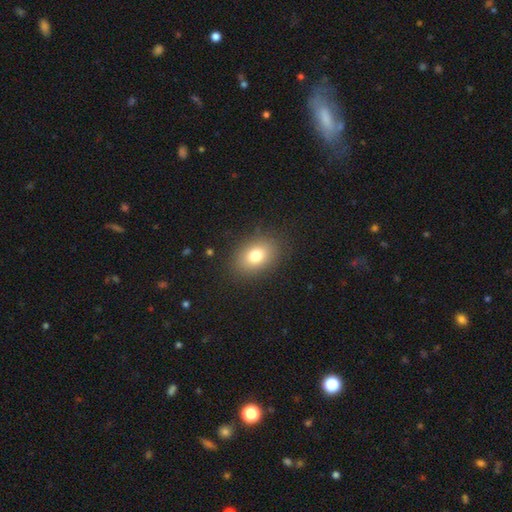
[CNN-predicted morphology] A smooth galaxy with no disk features (78%) that is in between round and cigar-shaped (73%). Merging: none (87%).